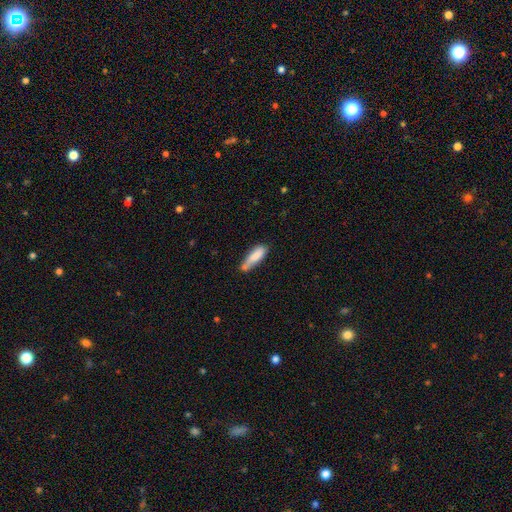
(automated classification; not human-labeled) This is likely a smooth galaxy (79%). How rounded: likely cigar-shaped (61%). Merging: possibly none (47%).